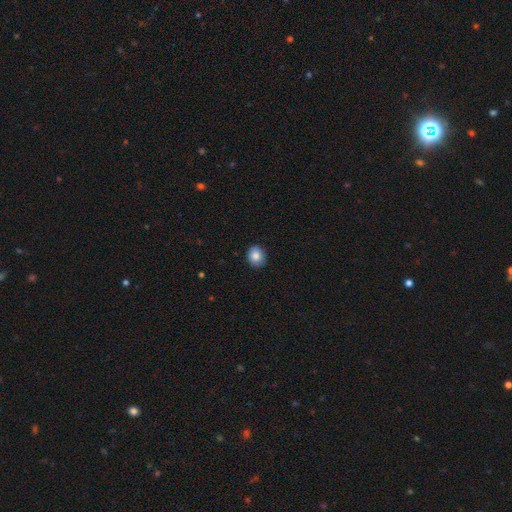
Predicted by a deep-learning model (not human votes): smooth_or_featured: smooth (p=0.84) [alt: star or artifact p=0.09]
how_rounded: round (p=0.72) [alt: in between p=0.27]
merging: none (p=0.89) [alt: minor disturbance p=0.08]